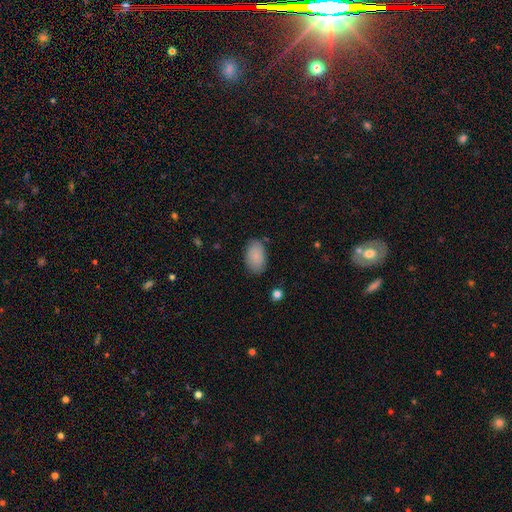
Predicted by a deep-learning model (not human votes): Overall: smooth (87%). How rounded: in between (93%). Merging: none (82%).